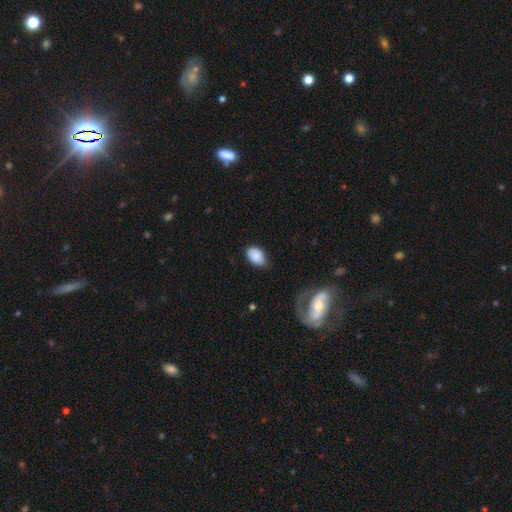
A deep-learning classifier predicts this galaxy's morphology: The model was most divided on "merging": none: 73%, minor disturbance: 21%, major disturbance: 5%, merger: 2%. More confident: how rounded — in between (87%); smooth or featured — smooth (84%).